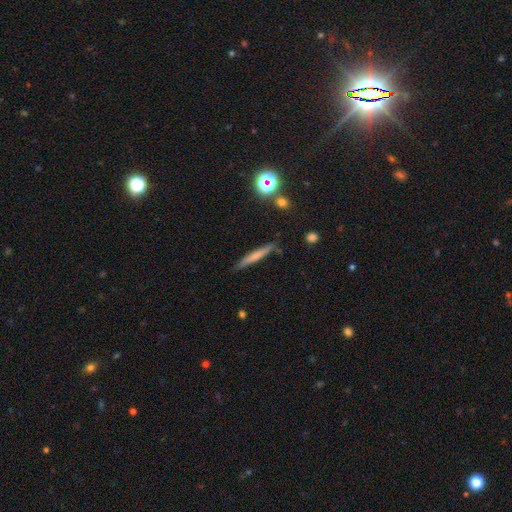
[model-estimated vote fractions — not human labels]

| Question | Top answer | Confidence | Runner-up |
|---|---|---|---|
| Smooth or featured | smooth | 60% | featured or disk (32%) |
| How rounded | cigar-shaped | 94% | in between (4%) |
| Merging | none | 84% | minor disturbance (11%) |